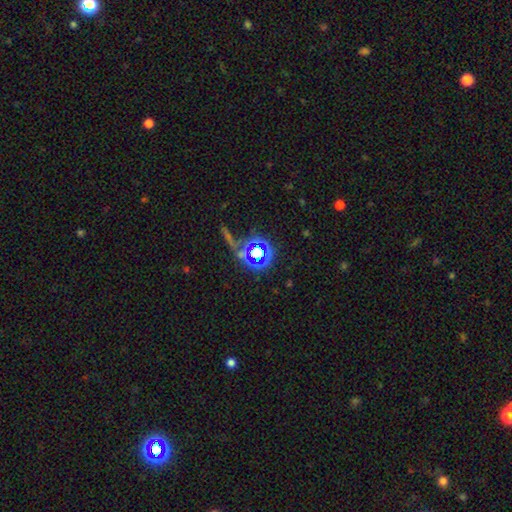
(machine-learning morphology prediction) star or artifact 65%, smooth 23%, featured or disk 12%.